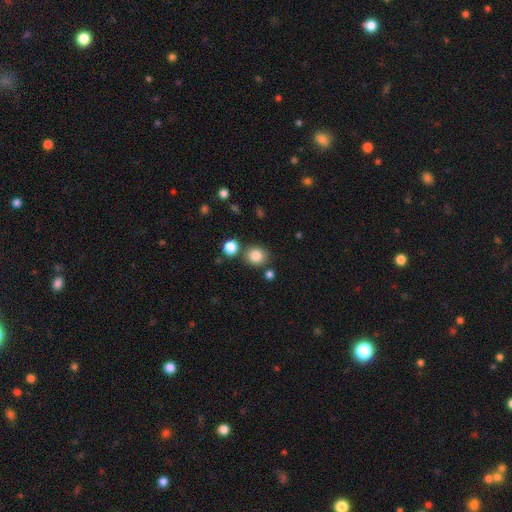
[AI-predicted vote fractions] Smooth or featured? Predicted: smooth (p=0.83). How rounded? Predicted: round (p=0.85). Merging? Predicted: none (p=0.79).